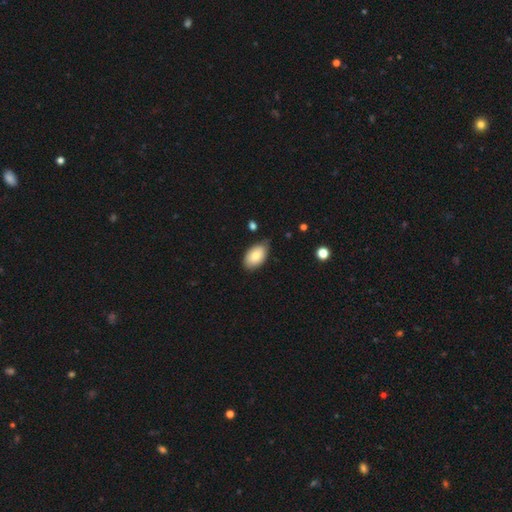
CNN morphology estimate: This appears to be a smooth galaxy with no disk features (80%) that is in between round and cigar-shaped (93%). Merging: none (71%).